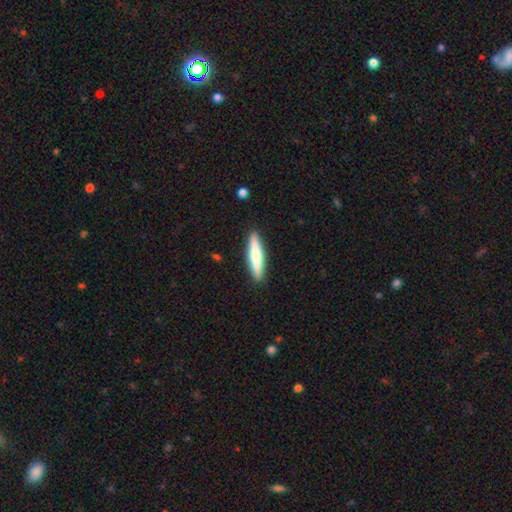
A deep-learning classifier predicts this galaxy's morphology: Smooth or featured?
  - smooth: 57% *
  - featured or disk: 38%
  - star or artifact: 5%
How rounded?
  - cigar-shaped: 86% *
  - in between: 12%
  - round: 1%
Merging?
  - none: 90% *
  - minor disturbance: 7%
  - major disturbance: 2%
  - merger: 1%